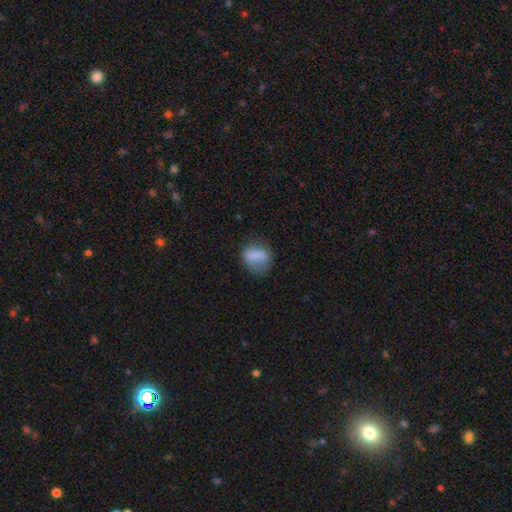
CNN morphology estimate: A smooth galaxy with no disk features (73%) that is in between round and cigar-shaped (52%). Merging: none (58%).